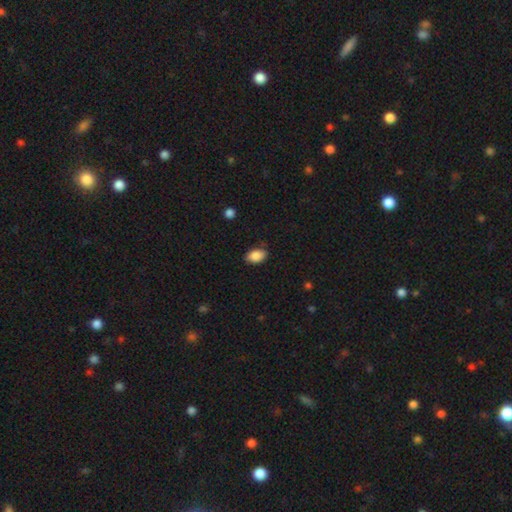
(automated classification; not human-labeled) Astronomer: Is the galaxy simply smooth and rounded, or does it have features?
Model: smooth — 88%.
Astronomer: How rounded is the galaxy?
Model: in between — 91%.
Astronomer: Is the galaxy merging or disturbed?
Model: none — 80%.